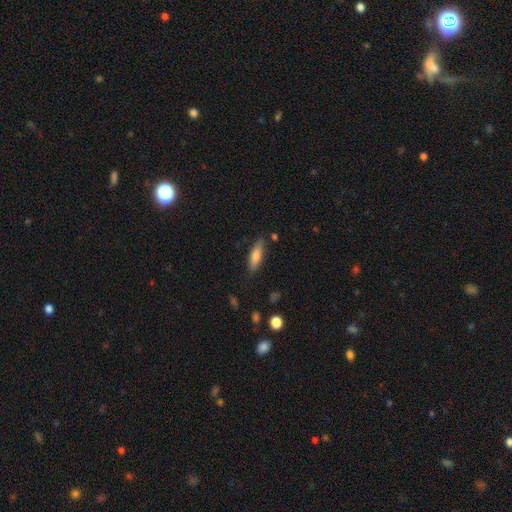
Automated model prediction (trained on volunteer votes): Smooth or featured? Predicted: smooth (p=0.71). How rounded? Predicted: cigar-shaped (p=0.56). Merging? Predicted: none (p=0.83).